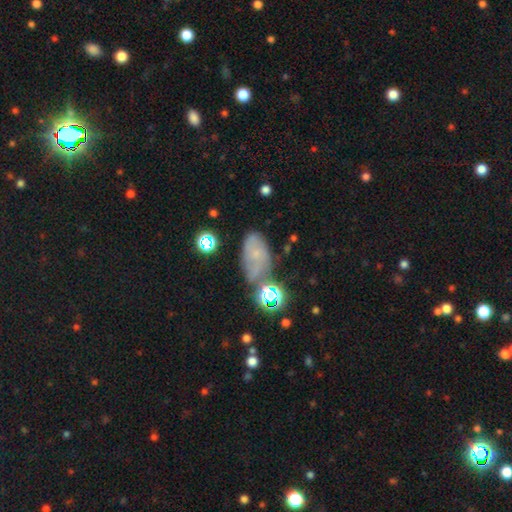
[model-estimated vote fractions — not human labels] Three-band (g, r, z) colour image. It shows a featured or disk galaxy (42%). Merging: none (59%).